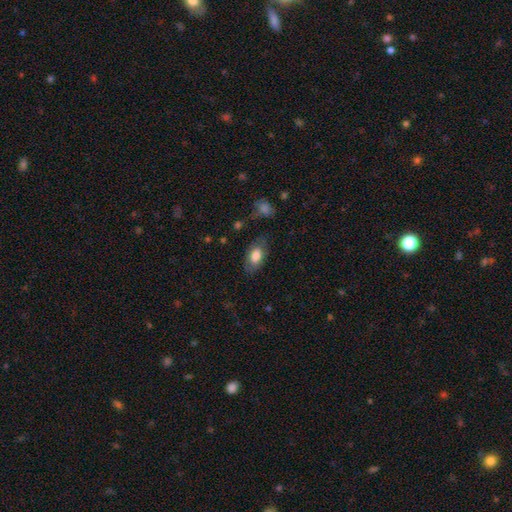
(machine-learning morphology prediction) smooth_or_featured: smooth (p=0.75) [alt: featured or disk p=0.19]
how_rounded: in between (p=0.92) [alt: cigar-shaped p=0.04]
merging: none (p=0.75) [alt: minor disturbance p=0.17]